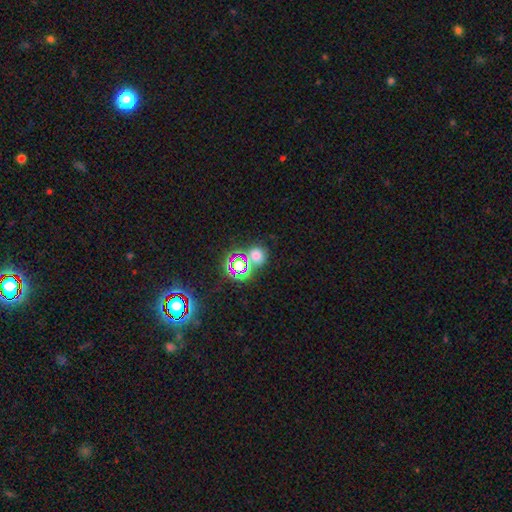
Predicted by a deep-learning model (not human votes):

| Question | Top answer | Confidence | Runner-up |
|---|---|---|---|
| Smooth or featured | smooth | 60% | star or artifact (33%) |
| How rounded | round | 83% | in between (16%) |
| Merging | none | 69% | merger (16%) |